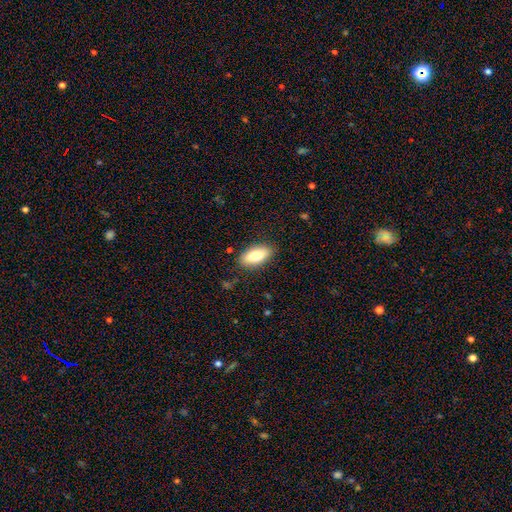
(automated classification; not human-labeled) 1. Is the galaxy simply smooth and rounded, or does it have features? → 78% smooth, 15% featured or disk, 7% star or artifact.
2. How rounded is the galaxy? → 87% in between, 10% cigar-shaped, 3% round.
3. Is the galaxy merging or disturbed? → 86% none, 10% minor disturbance, 2% major disturbance, 1% merger.